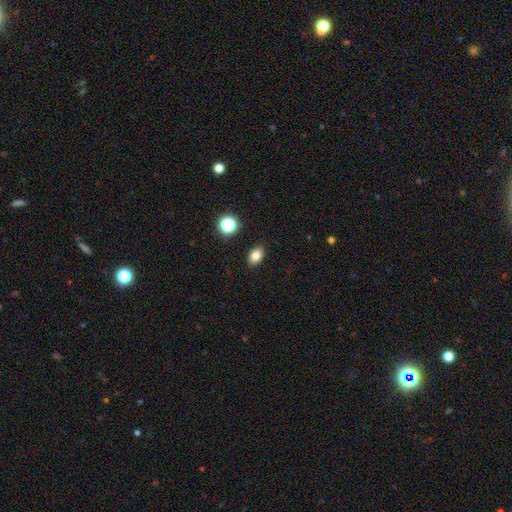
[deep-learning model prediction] This is clearly a smooth galaxy (81%). How rounded: clearly in between (83%). Merging: clearly none (89%).